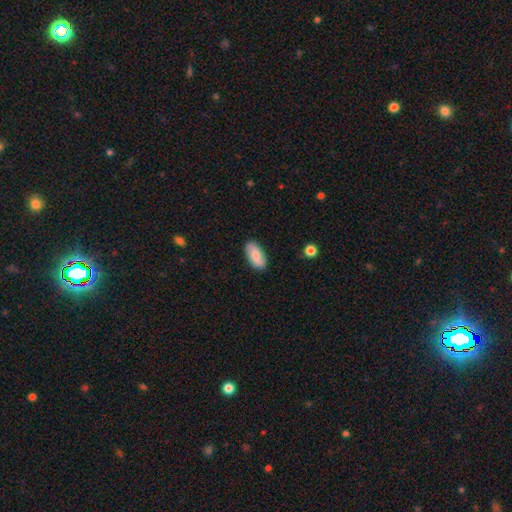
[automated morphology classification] Smooth or featured? Predicted: smooth (p=0.70). How rounded? Predicted: in between (p=0.92). Merging? Predicted: none (p=0.85).